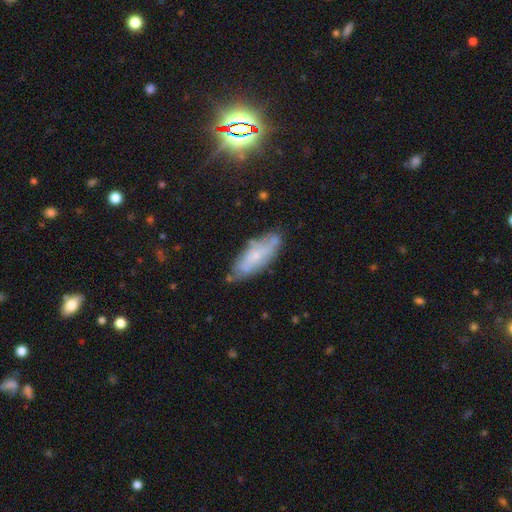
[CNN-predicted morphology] type=featured or disk (49%); merging=none (67%).